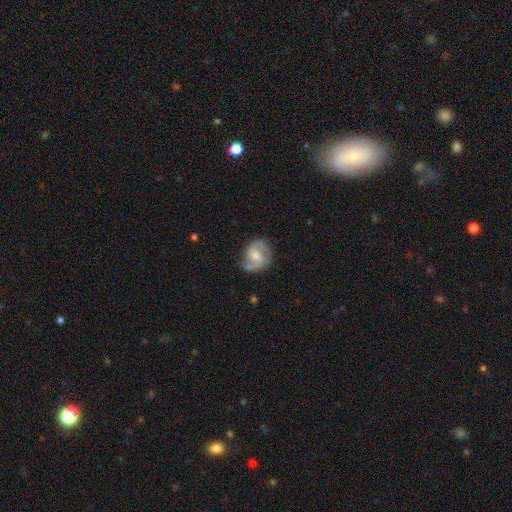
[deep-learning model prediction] This is clearly a featured or disk galaxy (80%). It is clearly not viewed edge-on (98%). Bar: possibly weak (50%). Spiral arm pattern: clearly yes (95%). Spiral arm count: clearly 2 (89%). Spiral winding: possibly medium (54%). Central bulge: possibly moderate (51%). Merging: likely none (72%).